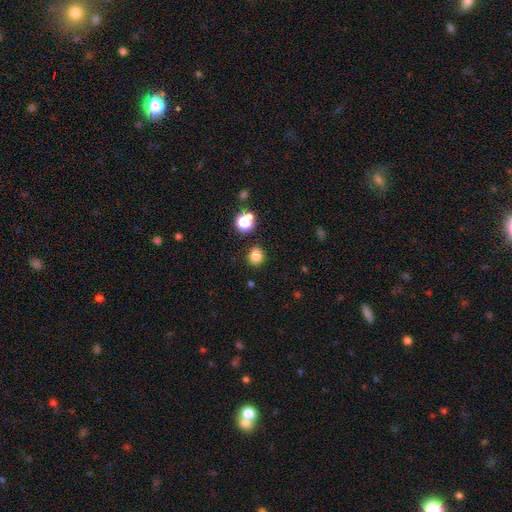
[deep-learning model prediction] smooth 80%, star or artifact 15%, featured or disk 5%. Down the decision tree: how rounded — round (82%); merging — none (88%).